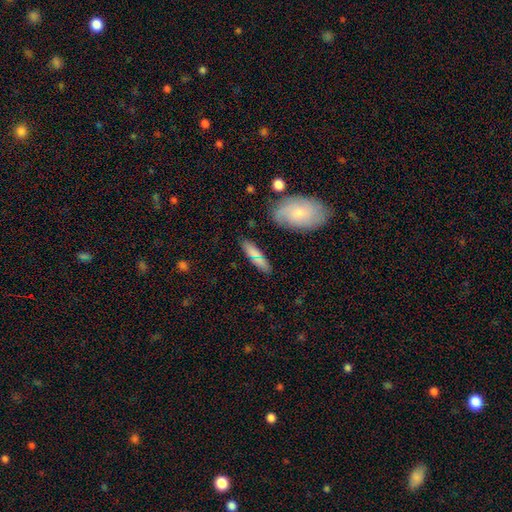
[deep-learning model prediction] A smooth galaxy with no disk features (75%) that is cigar-shaped (55%).

Vote fractions:
- Smooth or featured? smooth: 75% / featured or disk: 18% / star or artifact: 7%
- How rounded? cigar-shaped: 55% / in between: 42% / round: 2%
- Merging? none: 81% / minor disturbance: 11% / merger: 5% / major disturbance: 3%